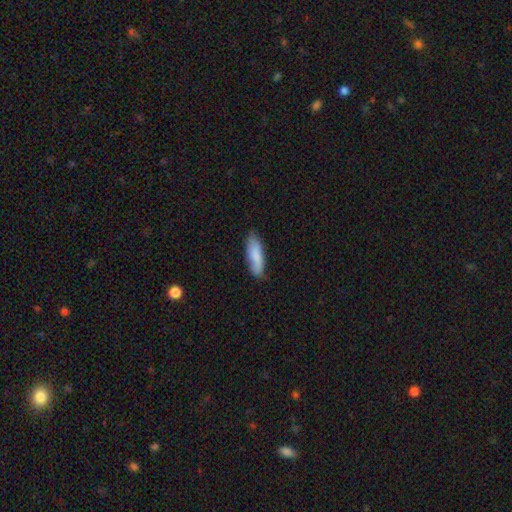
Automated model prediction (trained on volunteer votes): This is clearly a smooth galaxy (82%). How rounded: possibly in between (56%). Merging: likely none (79%).